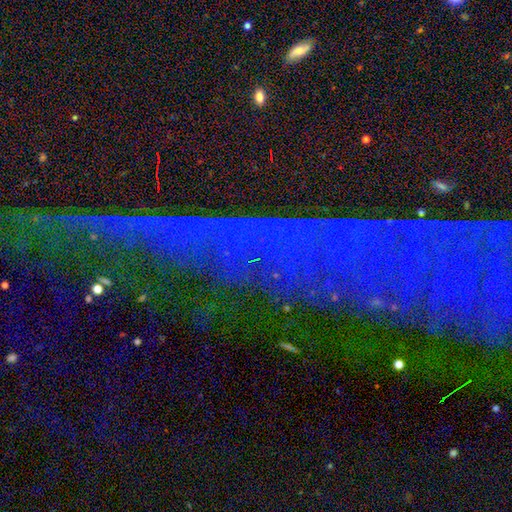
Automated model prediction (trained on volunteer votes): This is clearly a star or artifact rather than a galaxy (80%).